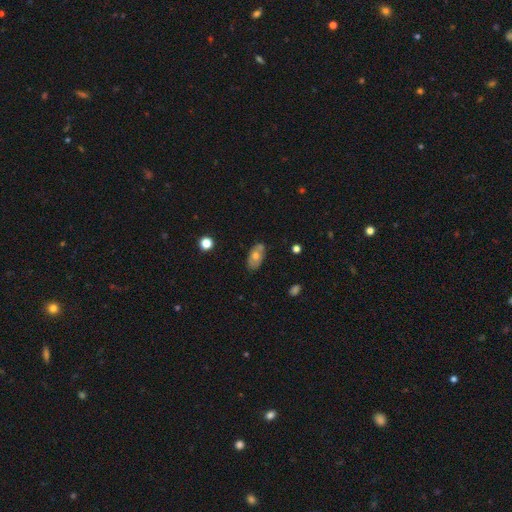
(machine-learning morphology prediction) Q: Smooth or featured?
A: smooth (54%); runner-up: featured or disk (37%)
Q: How rounded?
A: in between (90%); runner-up: round (7%)
Q: Merging?
A: none (72%); runner-up: minor disturbance (19%)